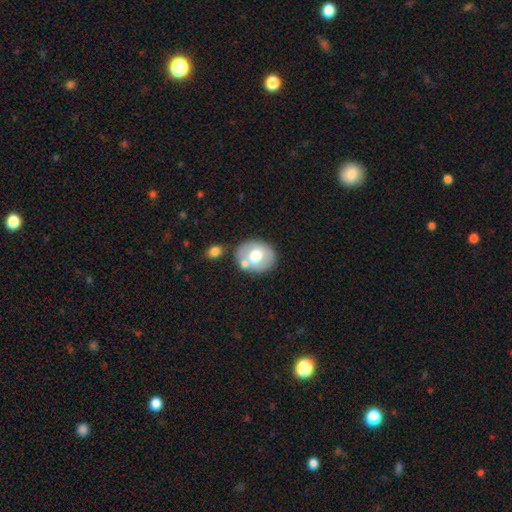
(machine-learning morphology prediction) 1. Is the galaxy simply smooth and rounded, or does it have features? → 60% smooth, 32% featured or disk, 7% star or artifact.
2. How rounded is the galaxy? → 61% round, 38% in between, 1% cigar-shaped.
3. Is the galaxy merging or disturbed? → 67% none, 16% merger, 13% minor disturbance, 4% major disturbance.